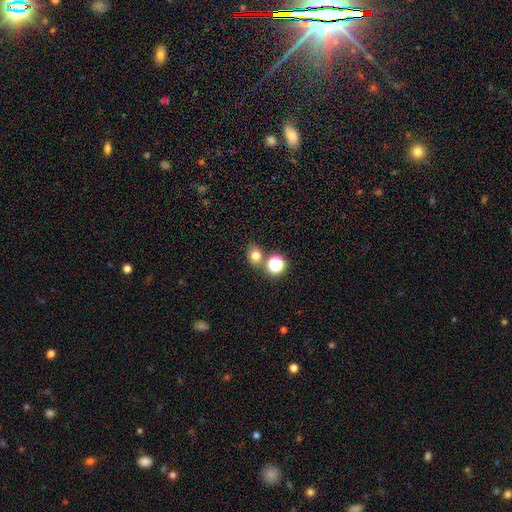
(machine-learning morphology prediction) Q: Smooth or featured?
A: smooth (75%); runner-up: star or artifact (18%)
Q: How rounded?
A: round (66%); runner-up: in between (33%)
Q: Merging?
A: none (67%); runner-up: merger (20%)